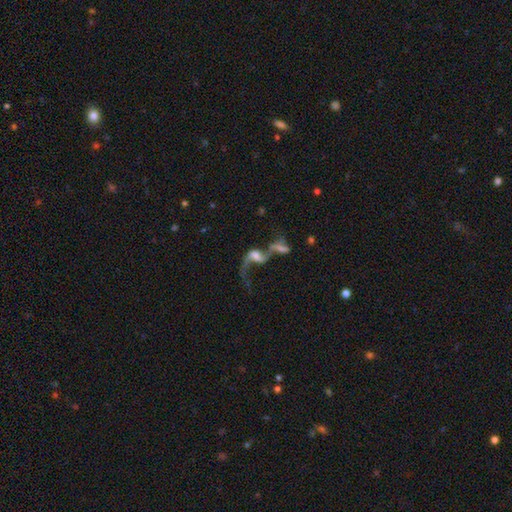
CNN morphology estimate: smooth_or_featured: featured or disk (p=0.68) [alt: smooth p=0.20]
disk_edge_on: no (p=0.93) [alt: yes p=0.07]
bar: no (p=0.54) [alt: weak p=0.33]
has_spiral_arms: yes (p=0.73) [alt: no p=0.27]
bulge_size: moderate (p=0.34) [alt: none p=0.24]
merging: merger (p=0.56) [alt: major disturbance p=0.22]